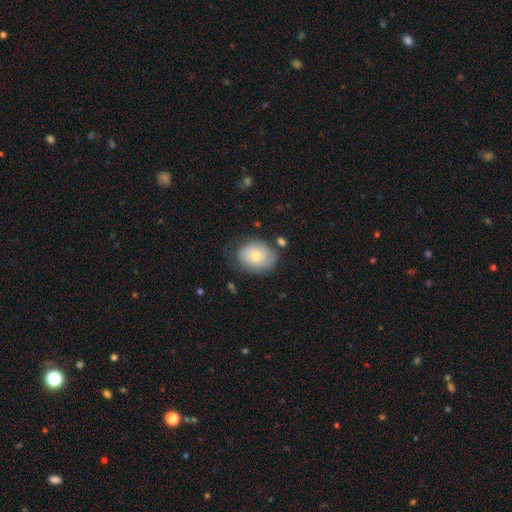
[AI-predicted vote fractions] Smooth or featured? smooth (75%)
How rounded? round (50%)
Merging? none (62%)